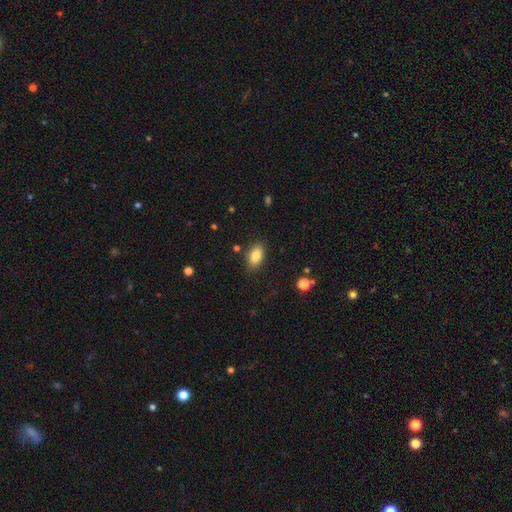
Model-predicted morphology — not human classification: Smooth or featured: smooth — 86% (star or artifact — 8%)
How rounded: in between — 91% (round — 6%)
Merging: none — 85% (minor disturbance — 11%)